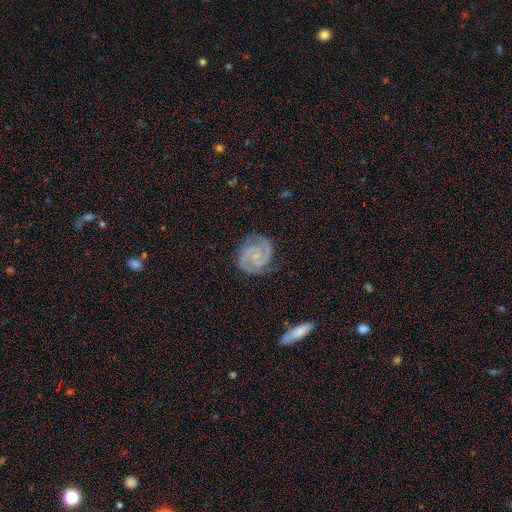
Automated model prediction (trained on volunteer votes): Q: Smooth or featured?
A: featured or disk (91%); runner-up: star or artifact (5%)
Q: Edge-on disk?
A: no (98%); runner-up: yes (2%)
Q: Bar?
A: no (61%); runner-up: weak (30%)
Q: Spiral arms?
A: yes (99%); runner-up: no (1%)
Q: Spiral winding?
A: tight (63%); runner-up: medium (33%)
Q: Spiral arm count?
A: 2 (87%); runner-up: 3 (6%)
Q: Bulge size?
A: small (72%); runner-up: moderate (16%)
Q: Merging?
A: none (80%); runner-up: minor disturbance (15%)